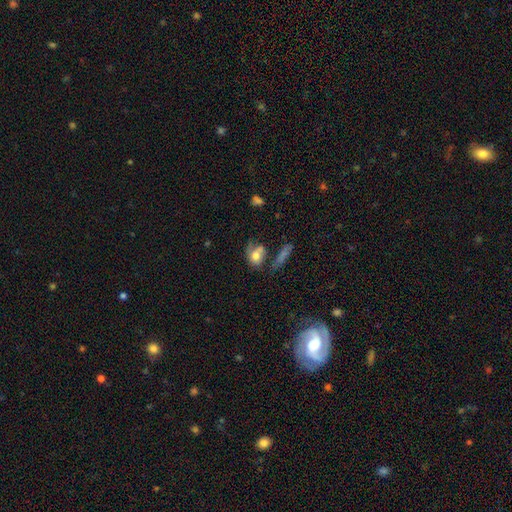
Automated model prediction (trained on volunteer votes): smooth_or_featured: smooth (p=0.69) [alt: featured or disk p=0.22]
how_rounded: in between (p=0.52) [alt: round p=0.45]
merging: none (p=0.37) [alt: merger p=0.23]